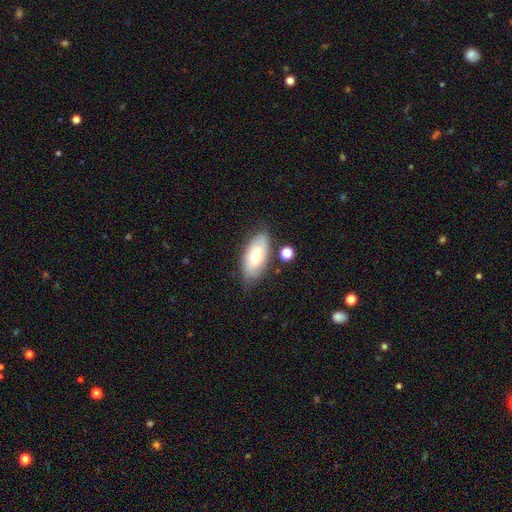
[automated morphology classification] Q: Smooth or featured?
A: smooth (65%); runner-up: featured or disk (28%)
Q: How rounded?
A: in between (90%); runner-up: cigar-shaped (7%)
Q: Merging?
A: none (72%); runner-up: minor disturbance (19%)